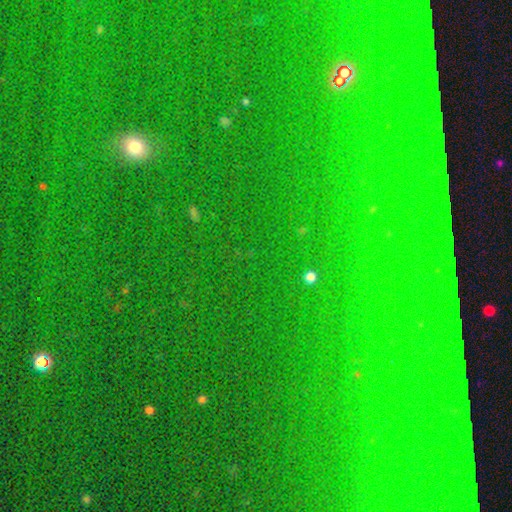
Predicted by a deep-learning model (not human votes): Overall: star or artifact (74%).